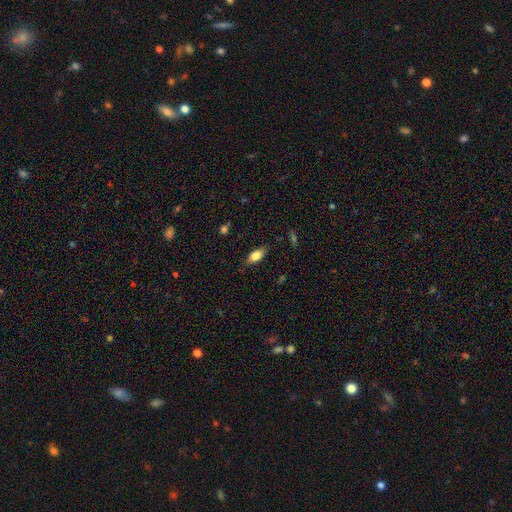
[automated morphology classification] A smooth galaxy with no disk features (71%) that is in between round and cigar-shaped (77%).

Vote fractions:
- Smooth or featured? smooth: 71% / featured or disk: 22% / star or artifact: 8%
- How rounded? in between: 77% / cigar-shaped: 19% / round: 4%
- Merging? none: 79% / minor disturbance: 16% / major disturbance: 4% / merger: 1%